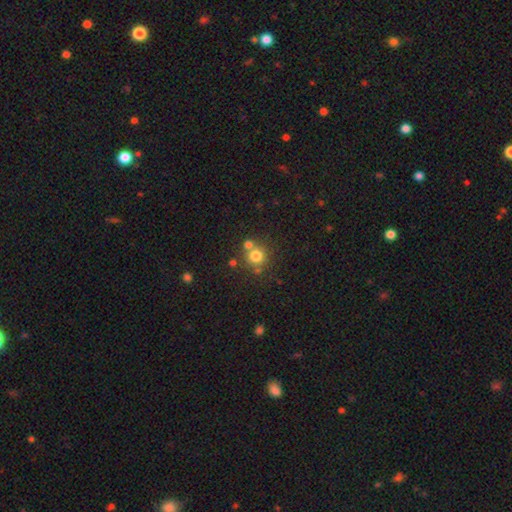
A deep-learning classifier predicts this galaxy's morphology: This is likely a smooth galaxy (75%). How rounded: clearly round (91%). Merging: likely none (63%).